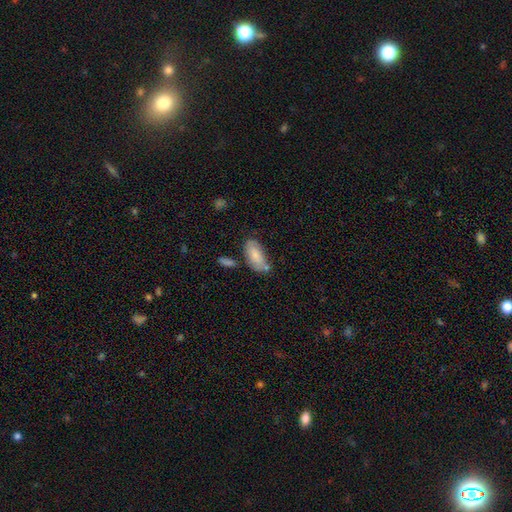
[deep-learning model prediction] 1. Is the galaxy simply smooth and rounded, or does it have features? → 77% smooth, 16% featured or disk, 6% star or artifact.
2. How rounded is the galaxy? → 89% in between, 8% cigar-shaped, 2% round.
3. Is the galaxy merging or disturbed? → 59% none, 21% minor disturbance, 14% merger, 6% major disturbance.